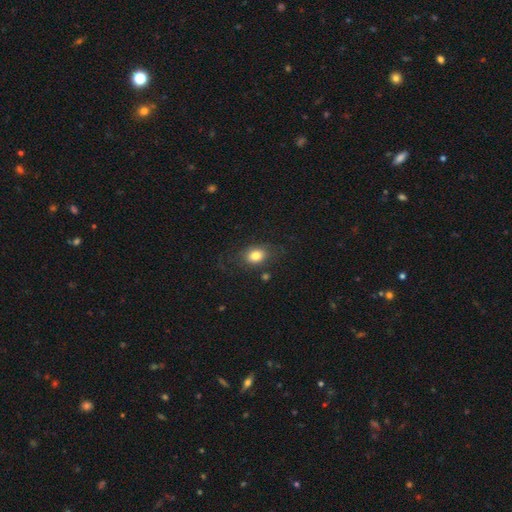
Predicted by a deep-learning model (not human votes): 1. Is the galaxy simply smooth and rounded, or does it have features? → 79% smooth, 12% featured or disk, 9% star or artifact.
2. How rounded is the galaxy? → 65% in between, 33% round, 2% cigar-shaped.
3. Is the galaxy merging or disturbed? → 71% none, 17% minor disturbance, 9% major disturbance, 3% merger.